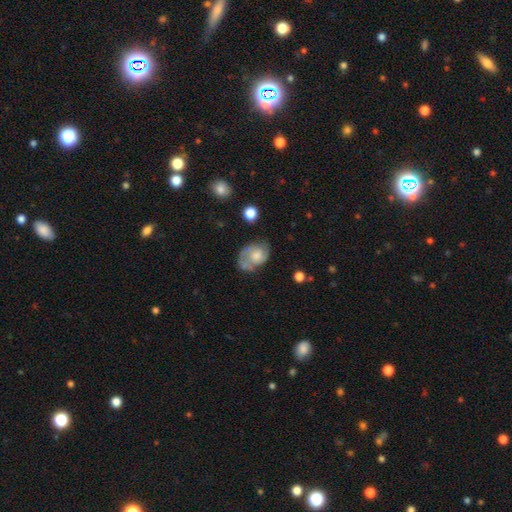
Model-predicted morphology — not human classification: smooth-or-featured: featured or disk: 51% | smooth: 41% | star or artifact: 8%
  disk-edge-on: no: 96% | yes: 4%
  merging: none: 47% | minor disturbance: 29% | major disturbance: 16% | merger: 7%